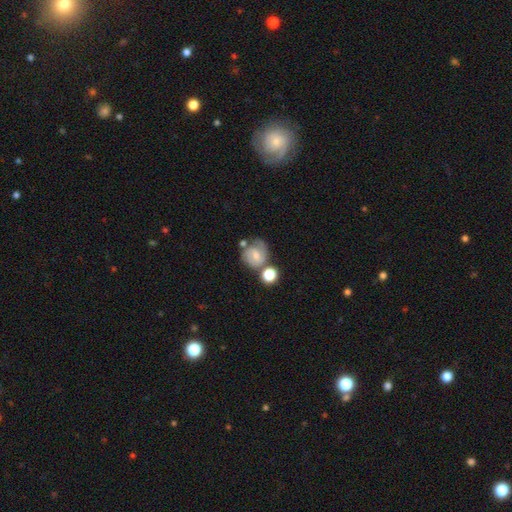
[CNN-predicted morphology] This is possibly a featured or disk galaxy (57%). It is clearly not viewed edge-on (97%). Bar: possibly weak (50%). Spiral arm pattern: clearly yes (86%). Central bulge: possibly small (49%). Merging: possibly none (48%).